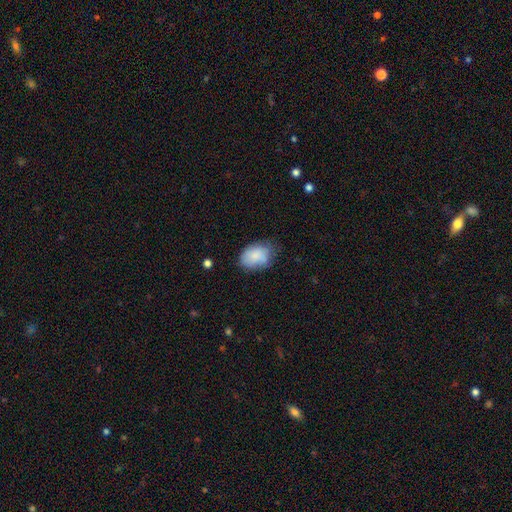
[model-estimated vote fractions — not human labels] Smooth or featured?
  - smooth: 83% *
  - featured or disk: 10%
  - star or artifact: 7%
How rounded?
  - in between: 80% *
  - round: 19%
  - cigar-shaped: 1%
Merging?
  - none: 62% *
  - minor disturbance: 28%
  - major disturbance: 8%
  - merger: 2%